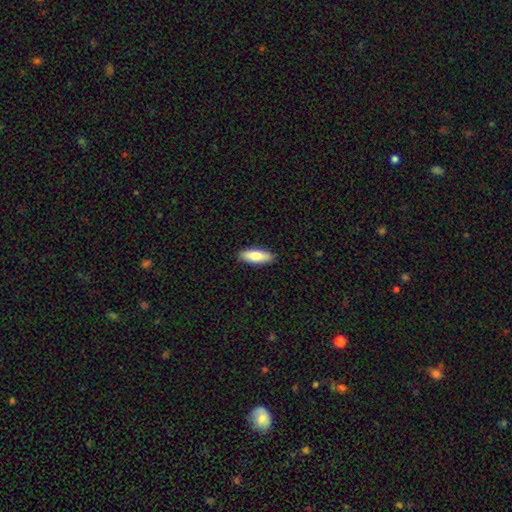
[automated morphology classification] The model was most divided on "how rounded": in between: 66%, cigar-shaped: 32%, round: 2%. More confident: merging — none (89%); smooth or featured — smooth (80%).